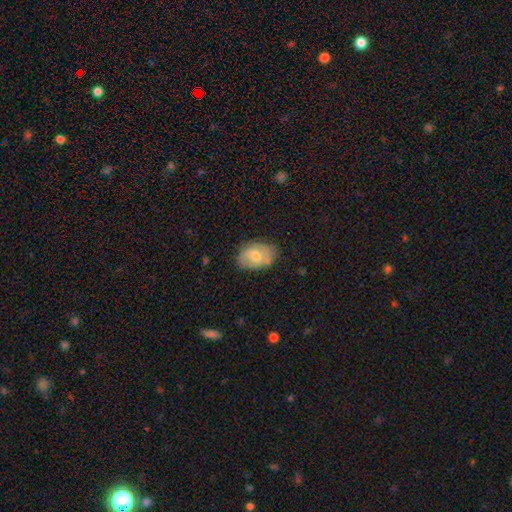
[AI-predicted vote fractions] This is possibly a smooth galaxy (60%). How rounded: clearly in between (86%). Merging: likely none (69%).